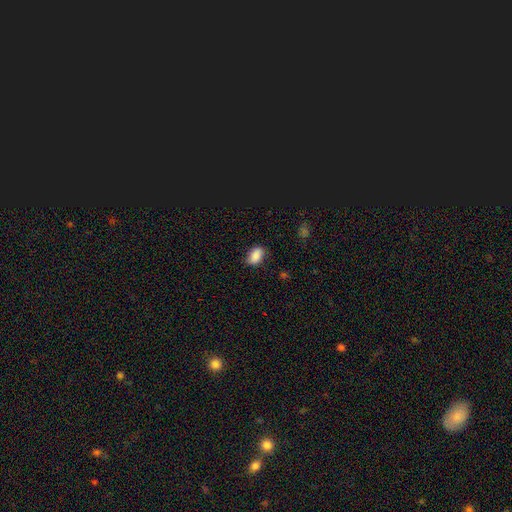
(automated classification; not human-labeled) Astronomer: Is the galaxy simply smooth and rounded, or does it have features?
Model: smooth — 85%.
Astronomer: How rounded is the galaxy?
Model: in between — 87%.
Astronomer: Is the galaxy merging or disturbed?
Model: none — 75%.